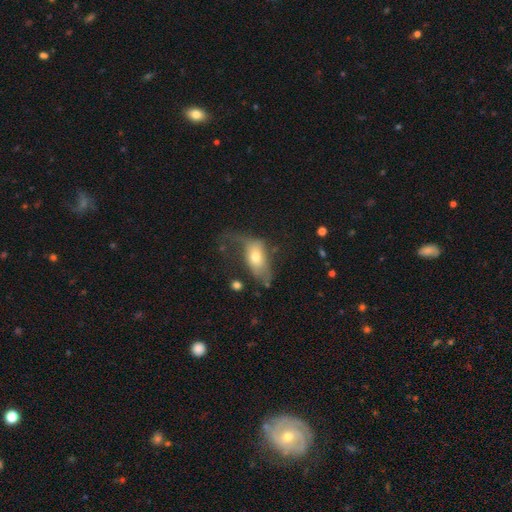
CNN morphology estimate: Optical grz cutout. It shows a smooth galaxy with no disk features (60%) that is in between round and cigar-shaped (86%). Merging: major disturbance (47%).